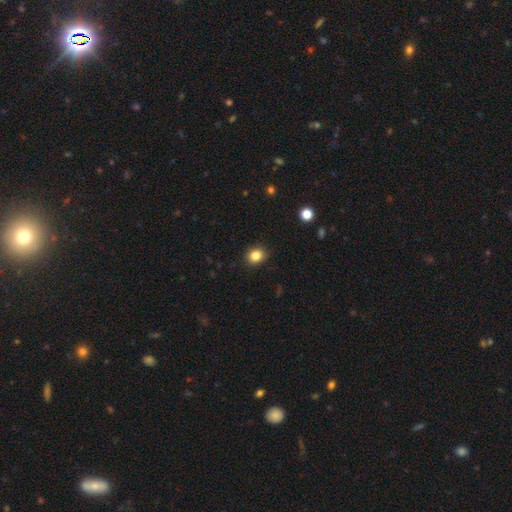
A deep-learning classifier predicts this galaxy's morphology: type=smooth (84%); roundness=round (65%); merging=none (89%).